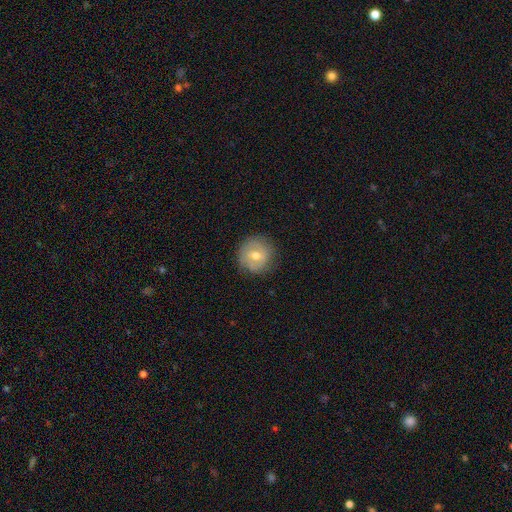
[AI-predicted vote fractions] Smooth or featured? smooth (52%)
How rounded? round (92%)
Merging? none (83%)